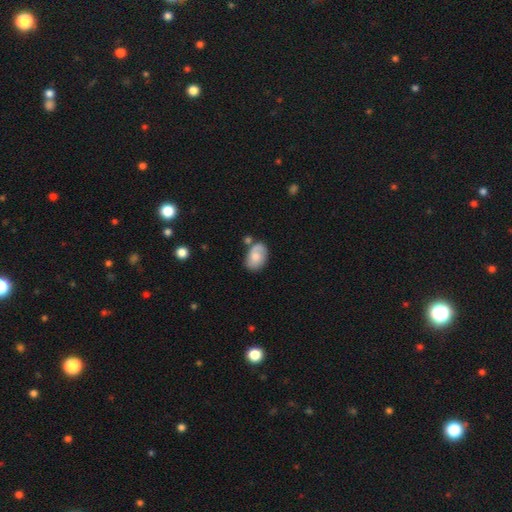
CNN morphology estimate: This is possibly a smooth galaxy (57%). How rounded: clearly in between (83%). Merging: possibly none (56%).